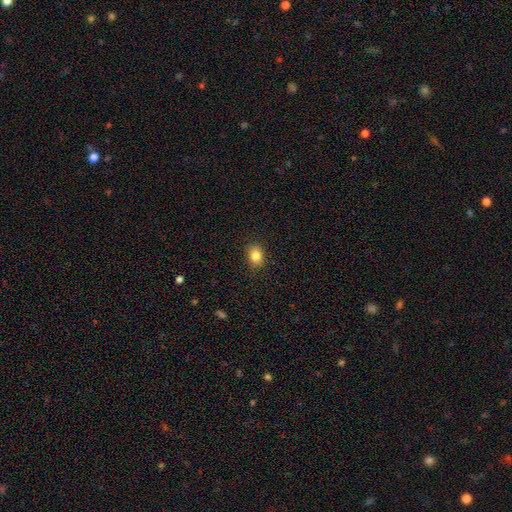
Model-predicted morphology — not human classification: Overall: smooth (84%). How rounded: in between (60%; round 39%). Merging: none (88%).